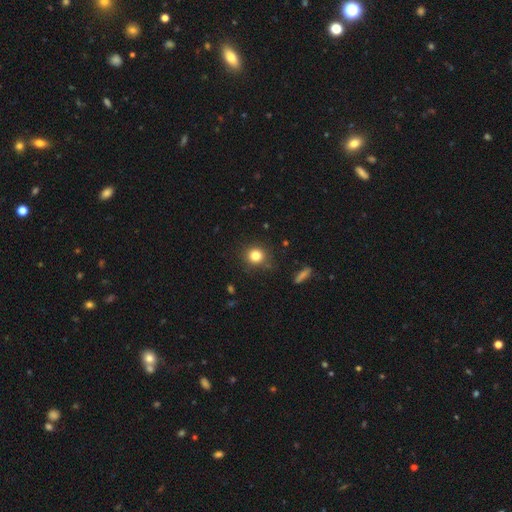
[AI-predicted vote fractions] Smooth or featured? Predicted: smooth (p=0.81). How rounded? Predicted: round (p=0.89). Merging? Predicted: none (p=0.85).